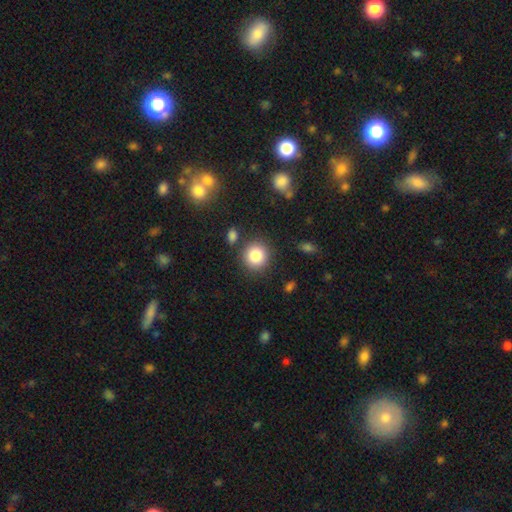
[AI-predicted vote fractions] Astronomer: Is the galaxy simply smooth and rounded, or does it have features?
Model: smooth — 84%.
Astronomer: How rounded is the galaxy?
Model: round — 90%.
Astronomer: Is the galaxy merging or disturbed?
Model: none — 84%.